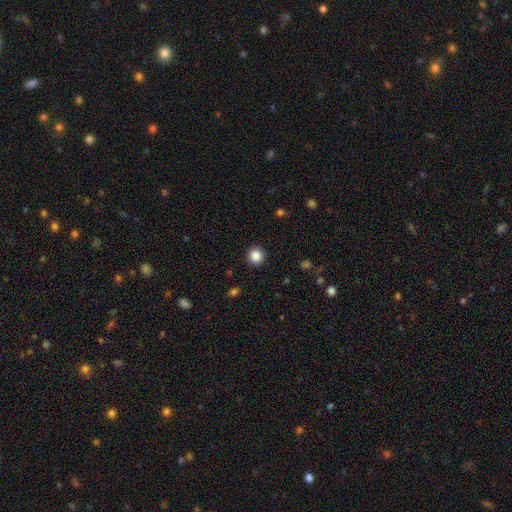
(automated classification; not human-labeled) Q: Smooth or featured?
A: smooth (87%); runner-up: star or artifact (10%)
Q: How rounded?
A: round (92%); runner-up: in between (7%)
Q: Merging?
A: none (92%); runner-up: minor disturbance (5%)